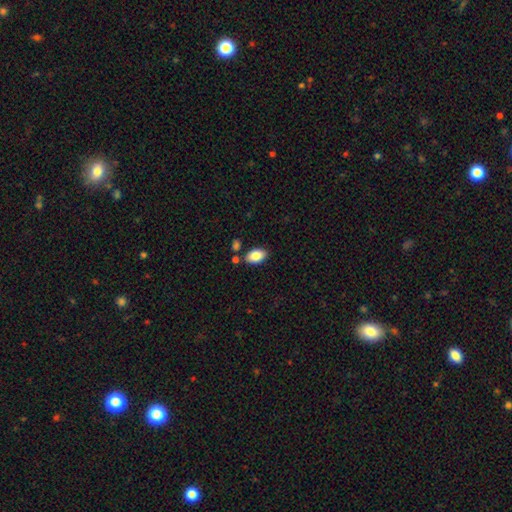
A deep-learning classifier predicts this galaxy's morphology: Smooth or featured? smooth (85%)
How rounded? in between (92%)
Merging? none (79%)